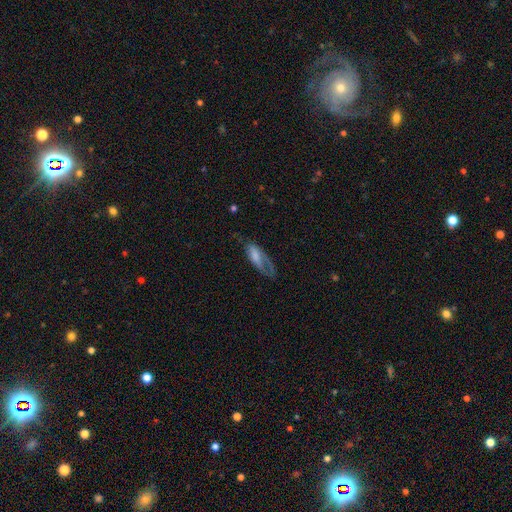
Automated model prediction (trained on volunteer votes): smooth-or-featured: smooth: 55% | featured or disk: 37% | star or artifact: 8%
  how-rounded: in between: 75% | cigar-shaped: 23% | round: 3%
  merging: major disturbance: 39% | none: 32% | minor disturbance: 26% | merger: 3%